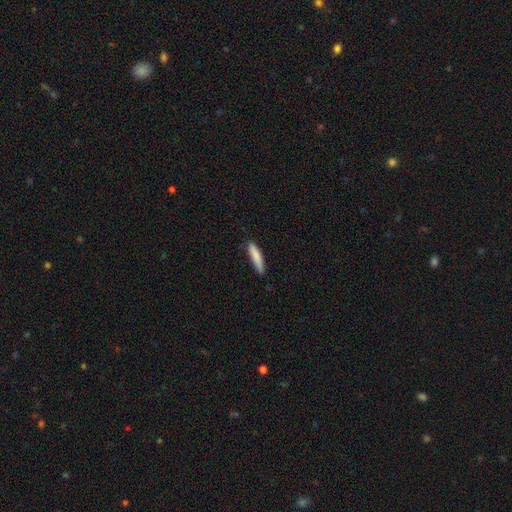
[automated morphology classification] Smooth or featured?
  - smooth: 84% *
  - featured or disk: 10%
  - star or artifact: 6%
How rounded?
  - cigar-shaped: 84% *
  - in between: 15%
  - round: 1%
Merging?
  - none: 77% *
  - minor disturbance: 18%
  - major disturbance: 3%
  - merger: 1%